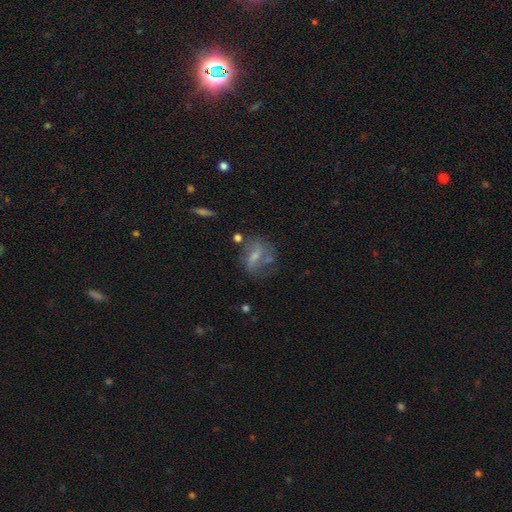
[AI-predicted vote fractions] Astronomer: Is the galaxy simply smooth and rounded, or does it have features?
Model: featured or disk — 53% (runner-up: smooth, 36%).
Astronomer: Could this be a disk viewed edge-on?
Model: no — 94%.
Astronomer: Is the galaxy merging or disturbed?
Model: none — 46% (runner-up: minor disturbance, 23%).